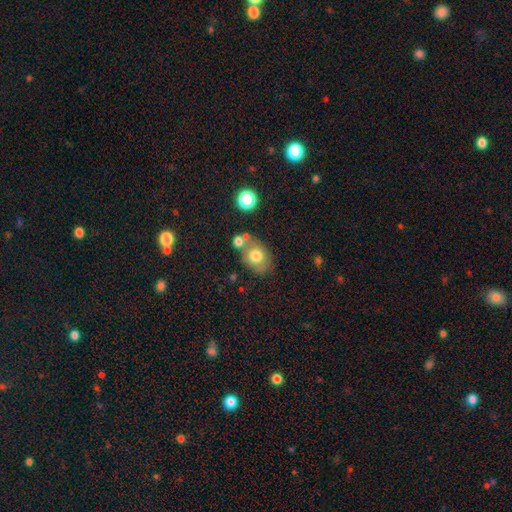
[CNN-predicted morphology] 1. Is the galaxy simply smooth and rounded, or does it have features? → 70% smooth, 20% featured or disk, 10% star or artifact.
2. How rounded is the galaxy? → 62% in between, 37% round, 1% cigar-shaped.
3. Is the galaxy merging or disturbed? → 57% none, 20% merger, 16% minor disturbance, 6% major disturbance.